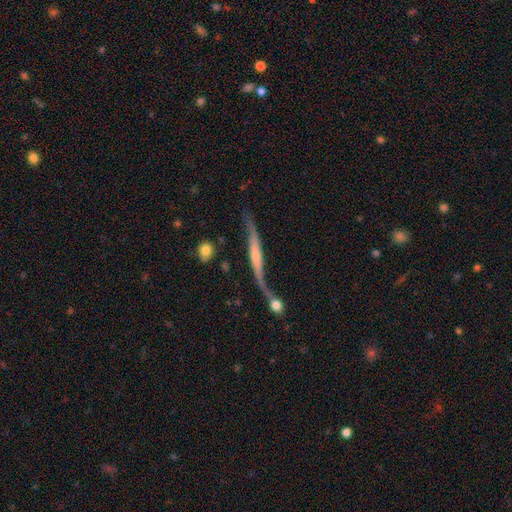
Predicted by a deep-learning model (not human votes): A featured or disk galaxy (76%) viewed edge-on (58%). Merging: none (38%).